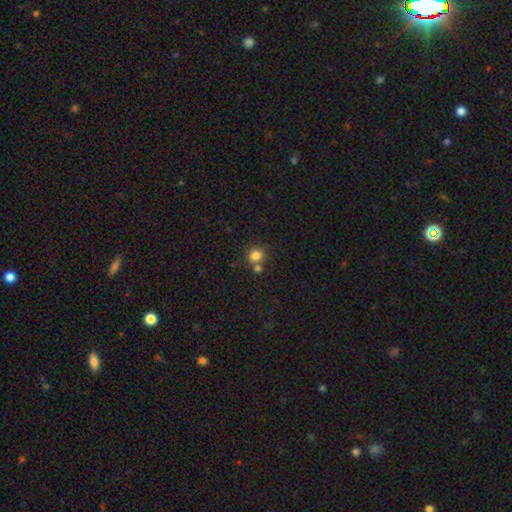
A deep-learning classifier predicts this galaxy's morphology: A smooth galaxy with no disk features (82%) that is round (84%).

Vote fractions:
- Smooth or featured? smooth: 82% / star or artifact: 12% / featured or disk: 7%
- How rounded? round: 84% / in between: 15% / cigar-shaped: 1%
- Merging? none: 59% / merger: 29% / minor disturbance: 9% / major disturbance: 3%